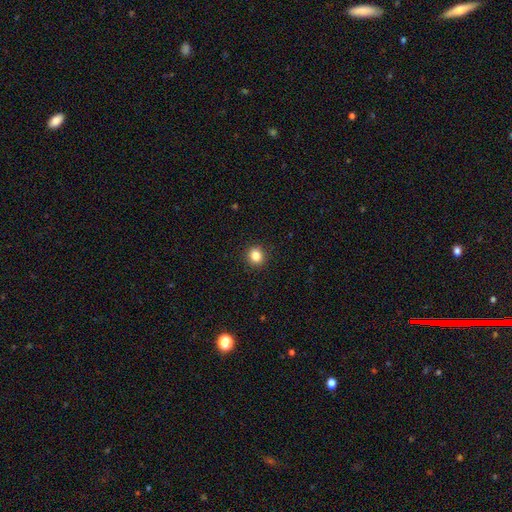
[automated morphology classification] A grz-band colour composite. It shows a smooth galaxy with no disk features (85%) that is round (83%). Merging: none (92%).